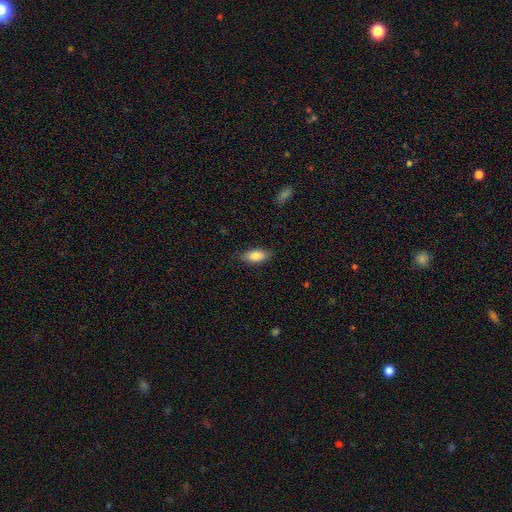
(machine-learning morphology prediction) A smooth galaxy with no disk features (84%) that is in between round and cigar-shaped (85%). Merging: none (85%).